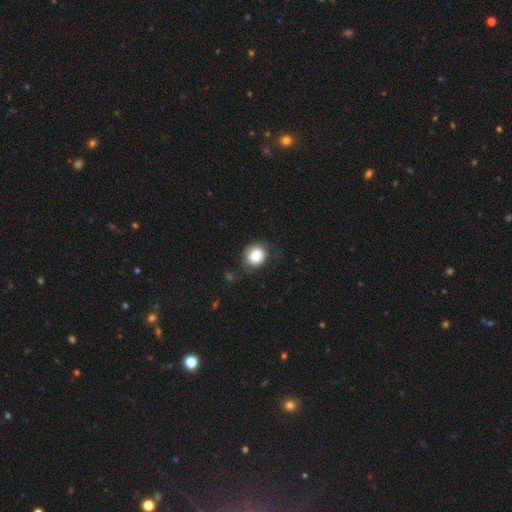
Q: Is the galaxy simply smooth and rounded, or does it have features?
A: smooth — 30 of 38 (79%).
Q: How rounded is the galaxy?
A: round — 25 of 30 (83%).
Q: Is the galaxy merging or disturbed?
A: none — 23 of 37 (62%).